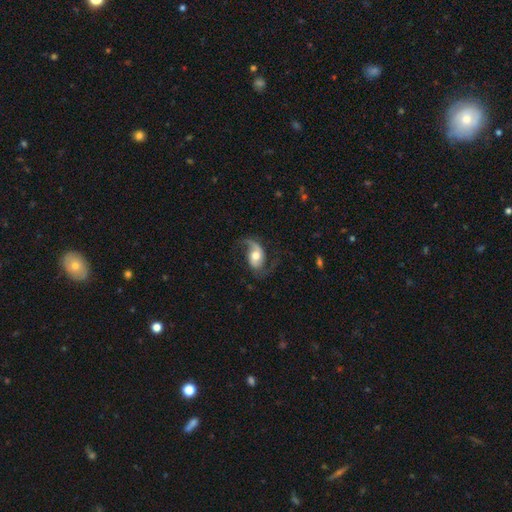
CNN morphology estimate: A featured or disk galaxy (81%) with no bar (53%), 2 (79%) loose (62%) spiral arms (94%) and a moderate central bulge (69%).

Vote fractions:
- Smooth or featured? featured or disk: 81% / smooth: 14% / star or artifact: 6%
- Edge-on disk? no: 97% / yes: 3%
- Bar? no: 53% / weak: 32% / strong: 14%
- Spiral arms? yes: 94% / no: 6%
- Spiral winding? loose: 62% / medium: 31% / tight: 7%
- Spiral arm count? 2: 79% / 1: 16% / can't tell: 2% / 3: 1% / 4: 1% / more than 4: 1%
- Bulge size? moderate: 69% / large: 15% / small: 13% / dominant: 2% / none: 1%
- Merging? none: 62% / minor disturbance: 19% / major disturbance: 17% / merger: 2%